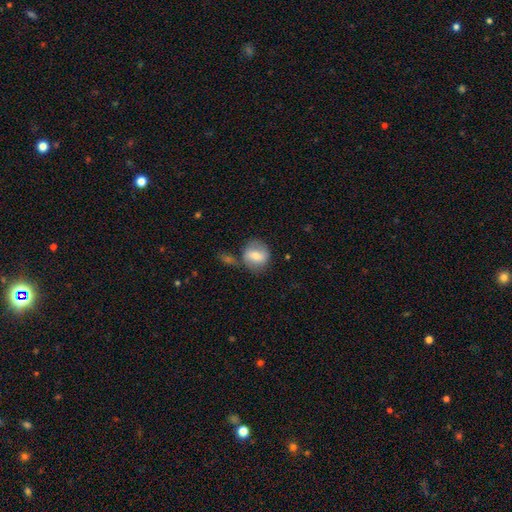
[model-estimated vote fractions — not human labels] smooth_or_featured: smooth (p=0.64) [alt: featured or disk p=0.28]
how_rounded: round (p=0.73) [alt: in between p=0.26]
merging: none (p=0.54) [alt: minor disturbance p=0.19]